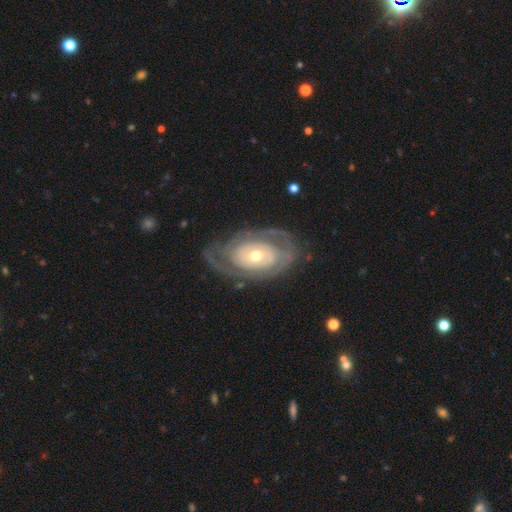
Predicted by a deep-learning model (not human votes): This appears to be a featured or disk galaxy (83%) with no bar (79%), tight (71%) spiral arms (79%) and a moderate central bulge (60%). Merging: none (71%).